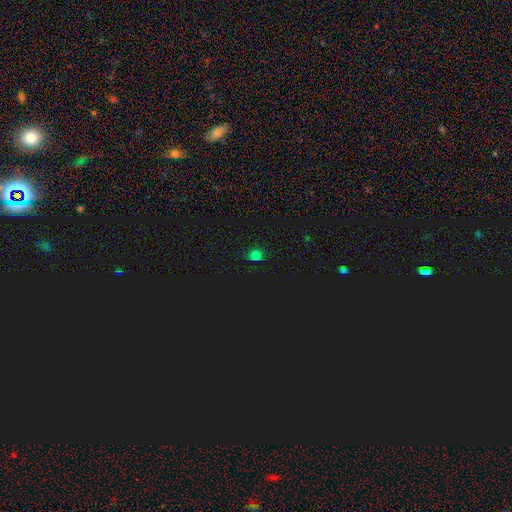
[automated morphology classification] A smooth galaxy with no disk features (58%) that is round (64%). Merging: none (74%).